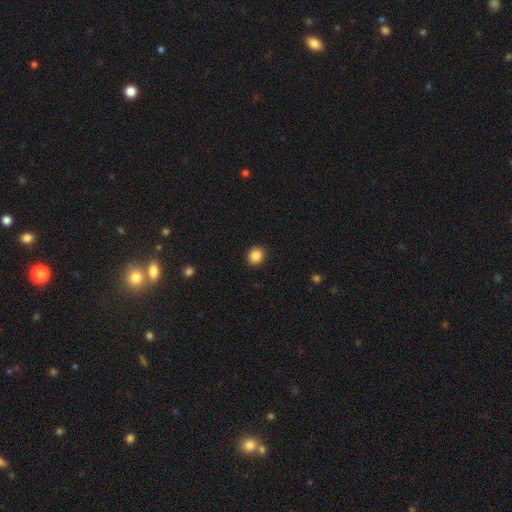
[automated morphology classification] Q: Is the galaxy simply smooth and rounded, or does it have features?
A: smooth — 87%.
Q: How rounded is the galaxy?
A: round — 83%.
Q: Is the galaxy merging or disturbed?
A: none — 92%.